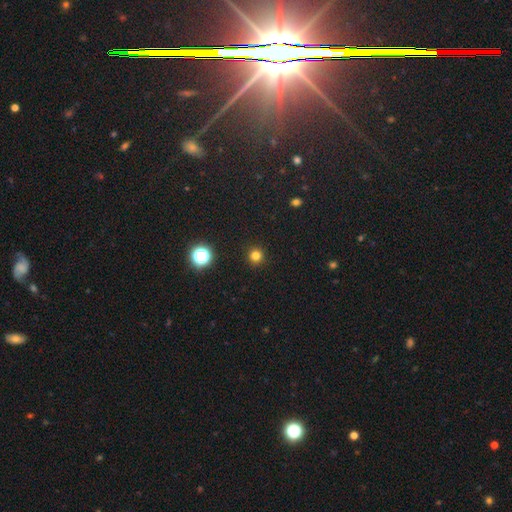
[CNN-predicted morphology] smooth 79%, star or artifact 17%, featured or disk 4%. Down the decision tree: how rounded — round (95%); merging — none (93%).